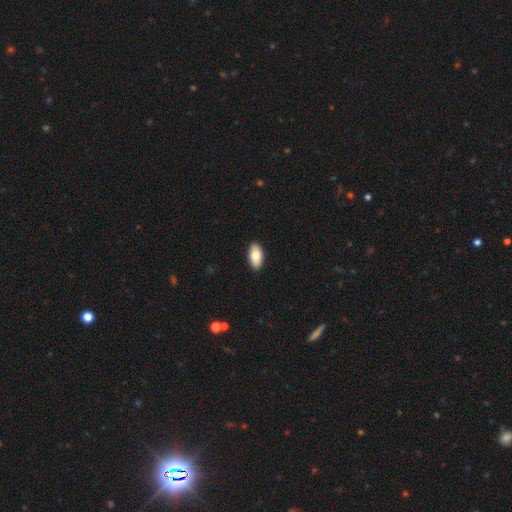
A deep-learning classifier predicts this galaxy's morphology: smooth_or_featured: smooth (p=0.80) [alt: featured or disk p=0.13]
how_rounded: in between (p=0.94) [alt: cigar-shaped p=0.03]
merging: none (p=0.91) [alt: minor disturbance p=0.06]